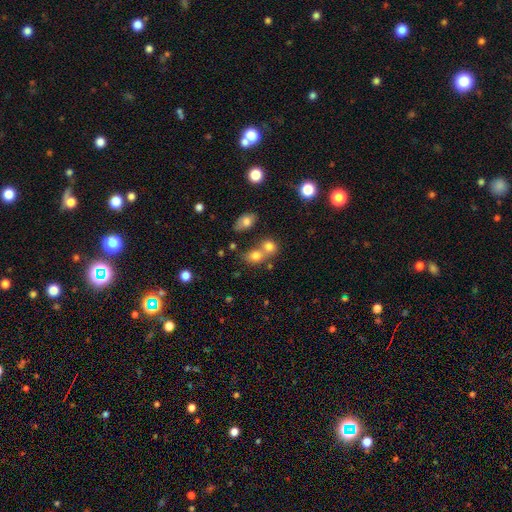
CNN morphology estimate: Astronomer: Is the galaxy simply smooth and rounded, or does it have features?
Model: smooth — 76%.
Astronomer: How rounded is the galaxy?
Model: in between — 57% (runner-up: round, 41%).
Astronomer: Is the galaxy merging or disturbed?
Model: merger — 51% (runner-up: none, 37%).